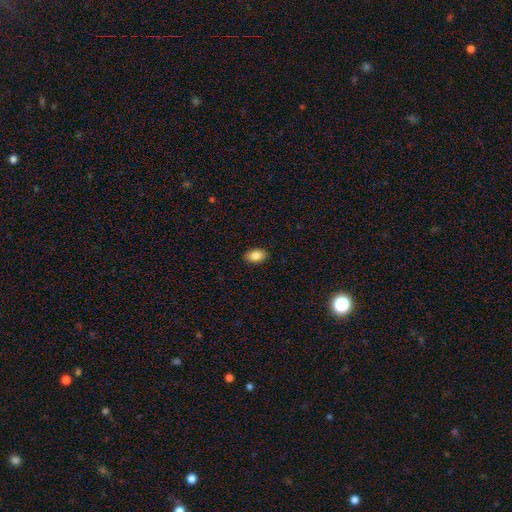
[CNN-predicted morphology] A smooth galaxy with no disk features (86%) that is in between round and cigar-shaped (87%).

Vote fractions:
- Smooth or featured? smooth: 86% / star or artifact: 8% / featured or disk: 6%
- How rounded? in between: 87% / round: 11% / cigar-shaped: 1%
- Merging? none: 89% / minor disturbance: 8% / major disturbance: 2% / merger: 1%